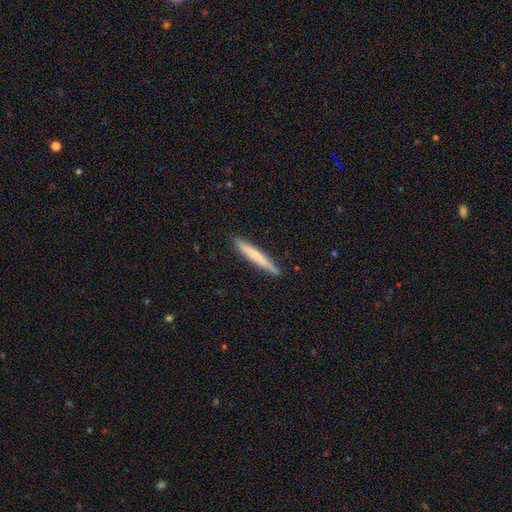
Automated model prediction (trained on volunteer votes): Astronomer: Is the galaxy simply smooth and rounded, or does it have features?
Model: smooth — 66%.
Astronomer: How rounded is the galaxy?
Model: cigar-shaped — 96%.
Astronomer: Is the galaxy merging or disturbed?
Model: none — 89%.